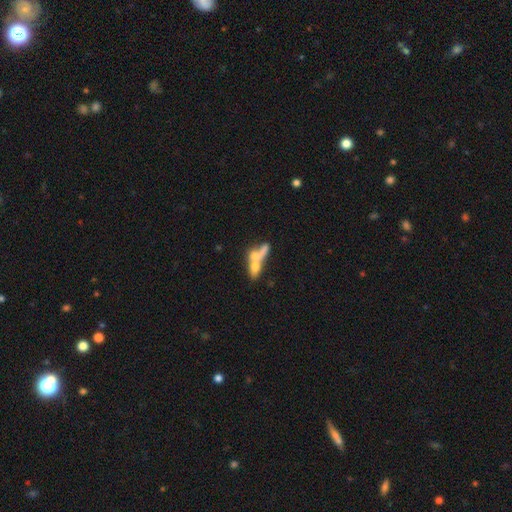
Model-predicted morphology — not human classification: smooth_or_featured: smooth (p=0.55) [alt: featured or disk p=0.35]
how_rounded: in between (p=0.53) [alt: cigar-shaped p=0.27]
merging: merger (p=0.67) [alt: none p=0.17]